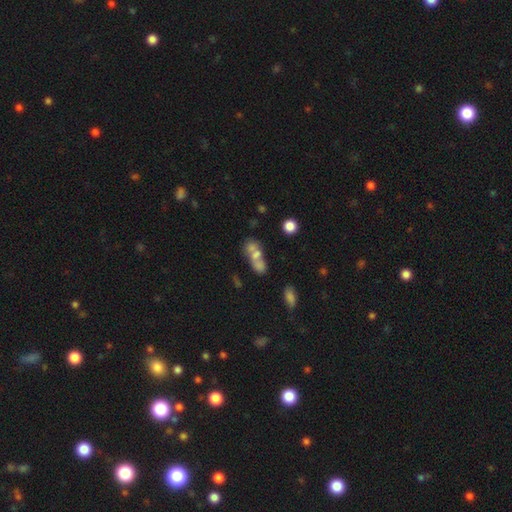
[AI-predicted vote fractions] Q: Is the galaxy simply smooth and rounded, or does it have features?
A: smooth — 57%.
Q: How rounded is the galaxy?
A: in between — 67%.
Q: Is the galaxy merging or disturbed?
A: merger — 59%.